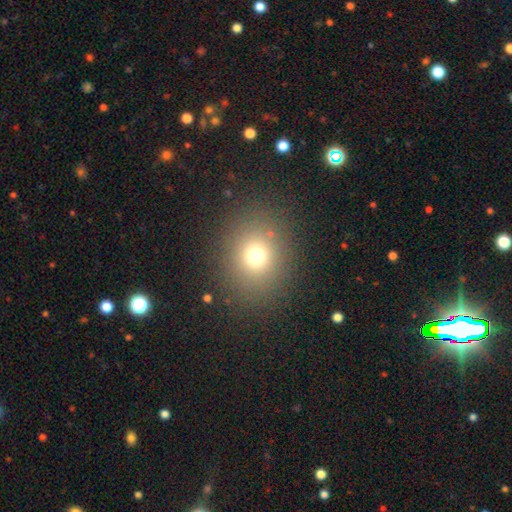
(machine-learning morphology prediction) smooth_or_featured: smooth (p=0.70) [alt: star or artifact p=0.20]
how_rounded: round (p=0.75) [alt: in between p=0.24]
merging: none (p=0.85) [alt: minor disturbance p=0.08]